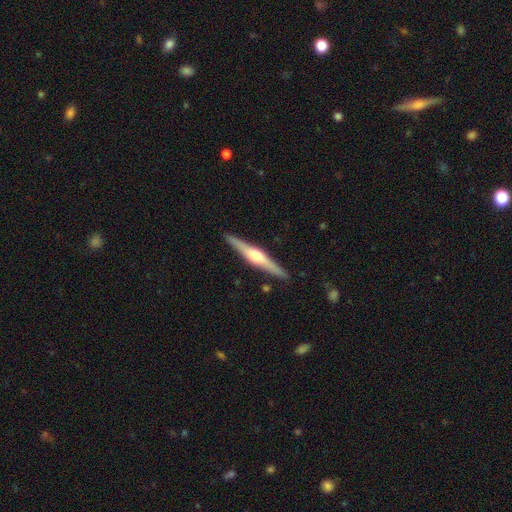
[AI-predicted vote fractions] A featured or disk galaxy (75%) viewed edge-on (98%) with a rounded central bulge (90%). Merging: none (90%).